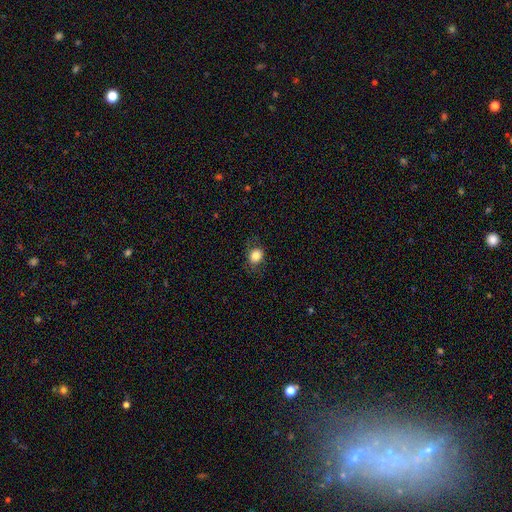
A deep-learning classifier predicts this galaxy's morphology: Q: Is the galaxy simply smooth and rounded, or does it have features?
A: smooth — 83%.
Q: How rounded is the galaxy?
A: round — 61%.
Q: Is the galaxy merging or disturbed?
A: none — 76%.